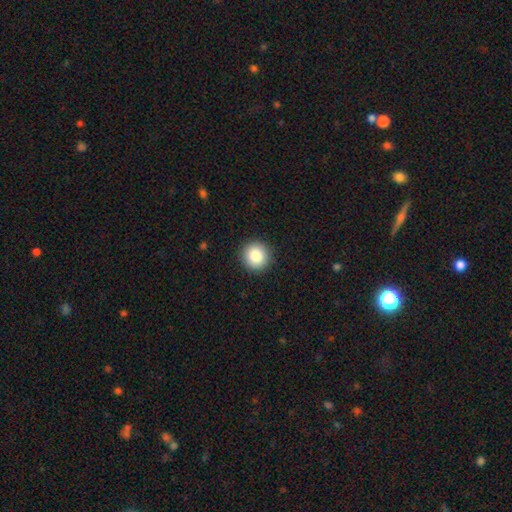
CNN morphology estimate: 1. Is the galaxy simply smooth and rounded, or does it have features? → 85% smooth, 9% star or artifact, 6% featured or disk.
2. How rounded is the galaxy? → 94% round, 5% in between, 1% cigar-shaped.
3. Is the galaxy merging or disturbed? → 92% none, 5% minor disturbance, 2% major disturbance, 1% merger.